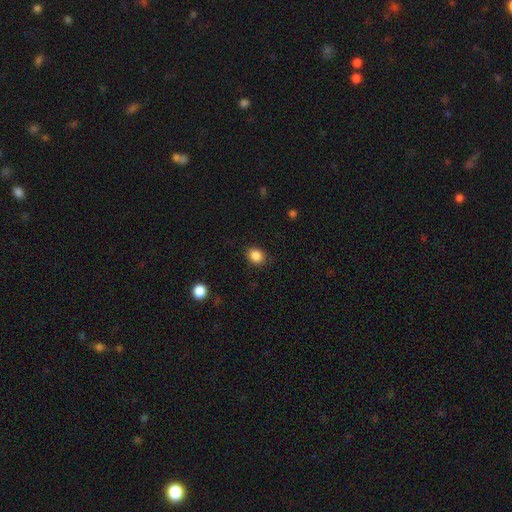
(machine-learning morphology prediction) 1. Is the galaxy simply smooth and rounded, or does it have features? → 86% smooth, 10% star or artifact, 4% featured or disk.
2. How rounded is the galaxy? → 54% round, 45% in between, 1% cigar-shaped.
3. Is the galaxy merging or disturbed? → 87% none, 9% minor disturbance, 3% major disturbance, 1% merger.